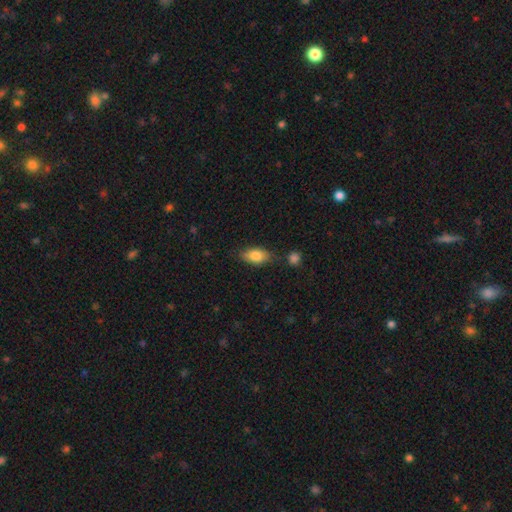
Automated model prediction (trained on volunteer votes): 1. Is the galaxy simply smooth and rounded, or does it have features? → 82% smooth, 11% featured or disk, 7% star or artifact.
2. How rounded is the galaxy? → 89% in between, 6% round, 5% cigar-shaped.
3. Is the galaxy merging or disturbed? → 73% none, 17% minor disturbance, 6% merger, 4% major disturbance.